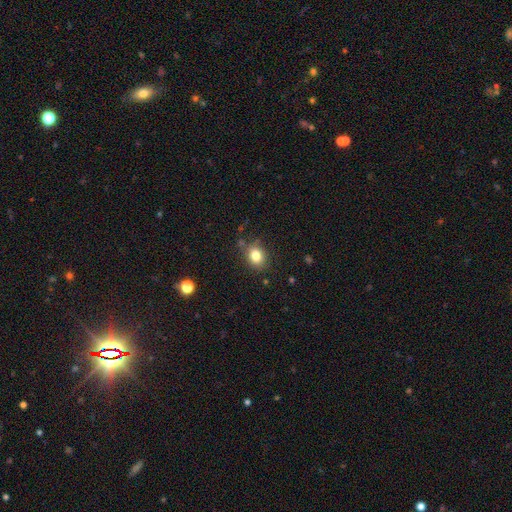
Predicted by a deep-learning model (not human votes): smooth-or-featured: smooth: 82% | star or artifact: 11% | featured or disk: 7%
  how-rounded: round: 54% | in between: 45% | cigar-shaped: 1%
  merging: none: 78% | minor disturbance: 15% | major disturbance: 4% | merger: 3%